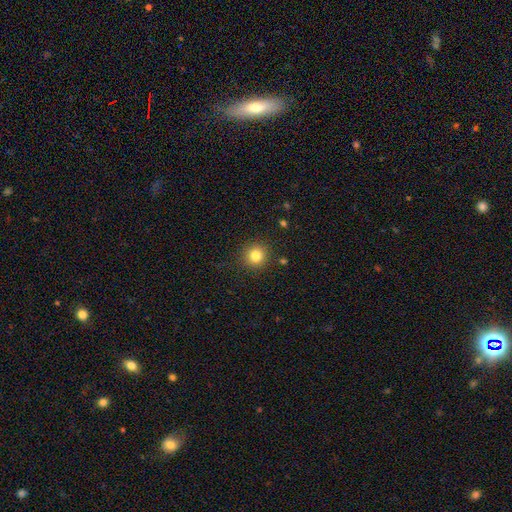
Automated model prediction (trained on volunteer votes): This appears to be a smooth galaxy with no disk features (82%) that is round (92%). Merging: none (89%).